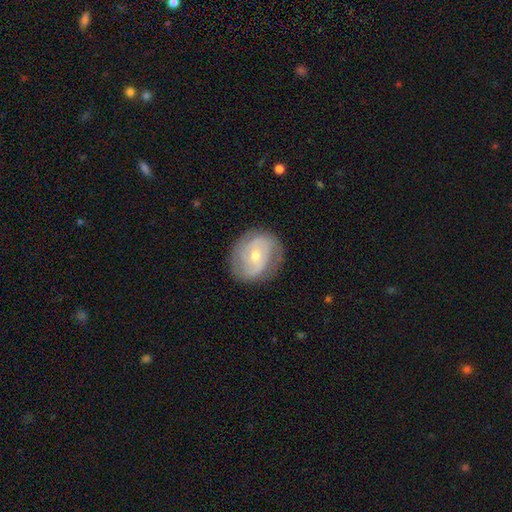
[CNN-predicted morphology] featured or disk 76%, smooth 18%, star or artifact 6%. Down the decision tree: edge-on disk — no (97%); bar — no (49%); spiral arms — yes (89%); spiral arm count — 2 (61%); spiral winding — tight (48%); bulge size — moderate (49%); merging — none (78%).